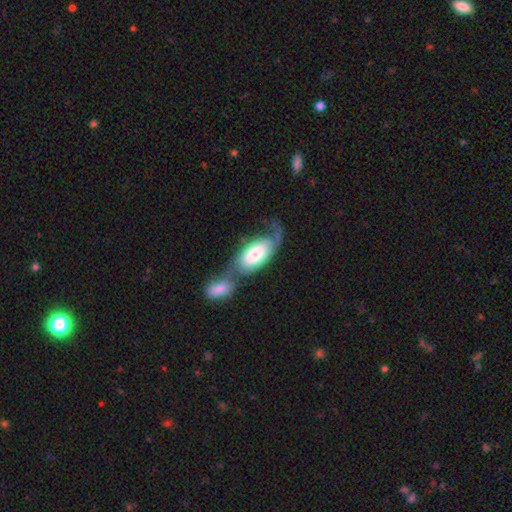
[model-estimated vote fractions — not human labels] Q: Smooth or featured?
A: featured or disk (48%); runner-up: smooth (43%)
Q: Merging?
A: merger (63%); runner-up: none (17%)